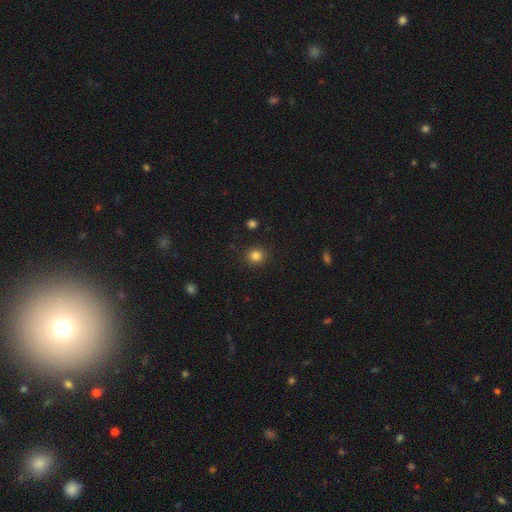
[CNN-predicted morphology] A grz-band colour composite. It shows a smooth galaxy with no disk features (84%) that is round (89%). Merging: none (90%).